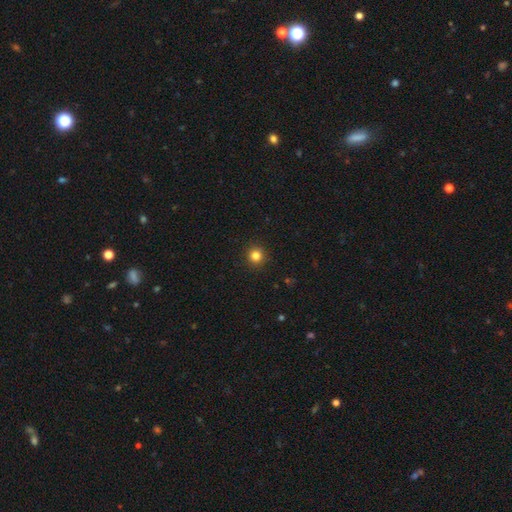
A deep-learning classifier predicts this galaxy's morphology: smooth 82%, star or artifact 13%, featured or disk 5%. Down the decision tree: how rounded — round (95%); merging — none (93%).